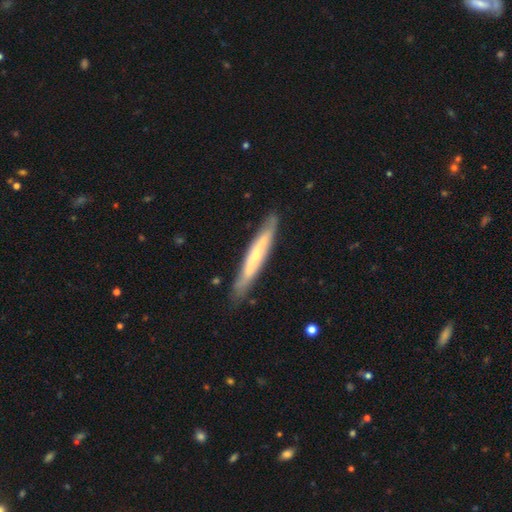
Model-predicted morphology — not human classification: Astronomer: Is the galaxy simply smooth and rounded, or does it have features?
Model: featured or disk — 53% (runner-up: smooth, 42%).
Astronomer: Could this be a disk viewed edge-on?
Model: yes — 83%.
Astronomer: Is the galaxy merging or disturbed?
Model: none — 84%.